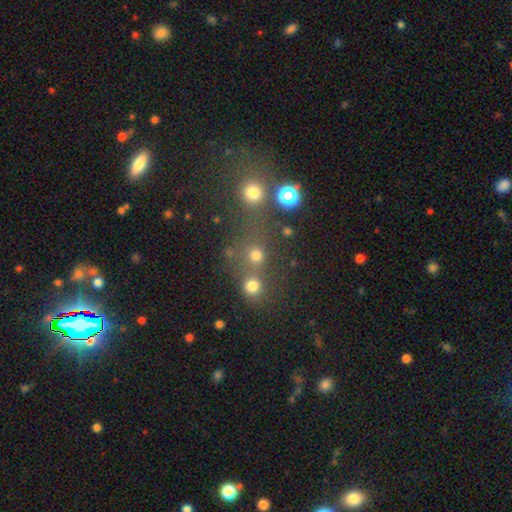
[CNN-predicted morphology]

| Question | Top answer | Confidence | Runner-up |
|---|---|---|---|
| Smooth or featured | smooth | 70% | star or artifact (23%) |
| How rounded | round | 90% | in between (9%) |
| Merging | none | 60% | merger (27%) |